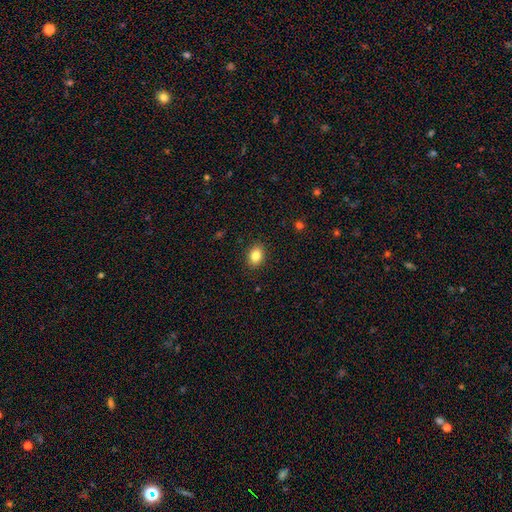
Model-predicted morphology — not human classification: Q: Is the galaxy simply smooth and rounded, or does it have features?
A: smooth — 84%.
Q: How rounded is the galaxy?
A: in between — 71%.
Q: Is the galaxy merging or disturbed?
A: none — 89%.